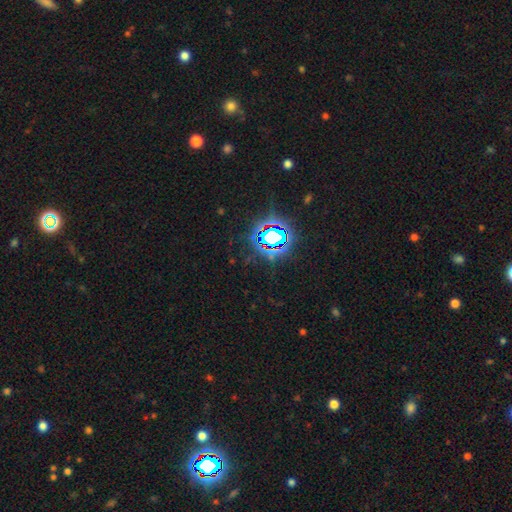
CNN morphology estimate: Smooth or featured? star or artifact (83%)